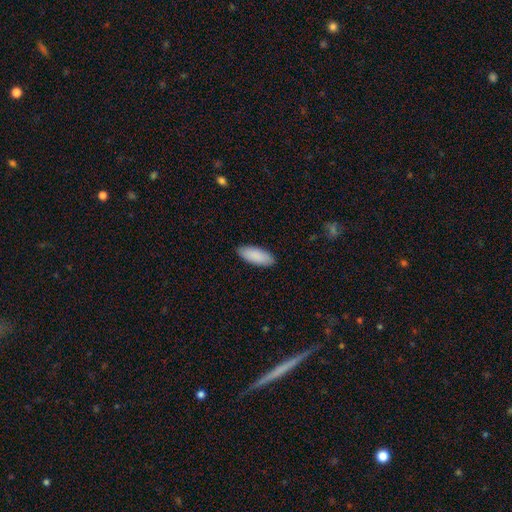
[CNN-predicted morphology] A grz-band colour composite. It shows a smooth galaxy with no disk features (90%) that is in between round and cigar-shaped (84%). Merging: none (89%).